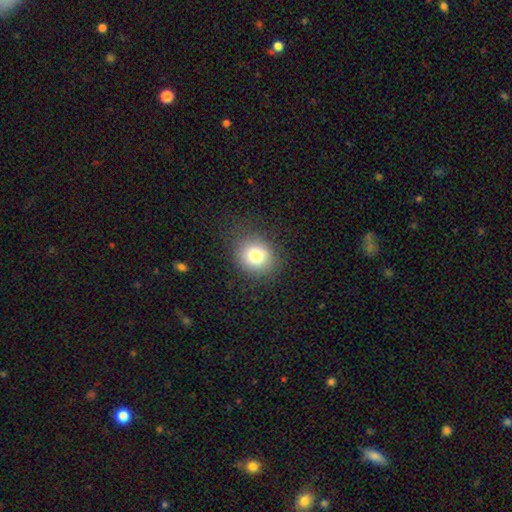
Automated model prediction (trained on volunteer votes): A smooth galaxy with no disk features (77%) that is round (73%).

Vote fractions:
- Smooth or featured? smooth: 77% / star or artifact: 12% / featured or disk: 10%
- How rounded? round: 73% / in between: 26% / cigar-shaped: 1%
- Merging? none: 83% / minor disturbance: 11% / major disturbance: 5% / merger: 1%